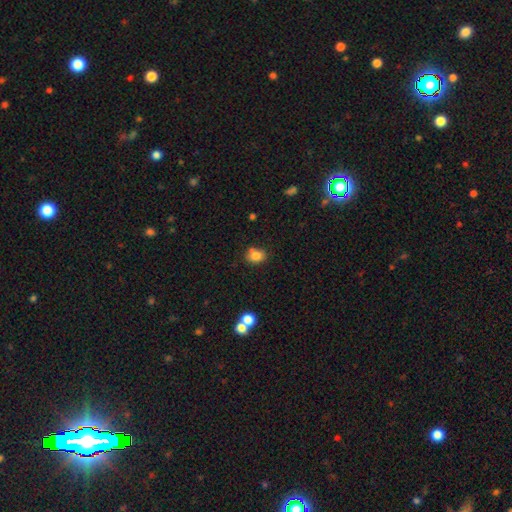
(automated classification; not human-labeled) Overall: smooth (81%). How rounded: in between (52%; round 47%). Merging: none (67%).